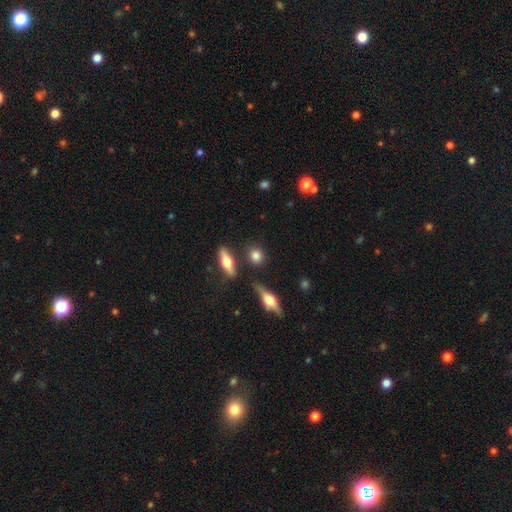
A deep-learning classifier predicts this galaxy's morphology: Smooth or featured?
  - smooth: 78% *
  - featured or disk: 13%
  - star or artifact: 9%
How rounded?
  - round: 70% *
  - in between: 22%
  - cigar-shaped: 7%
Merging?
  - none: 79% *
  - minor disturbance: 11%
  - merger: 6%
  - major disturbance: 4%